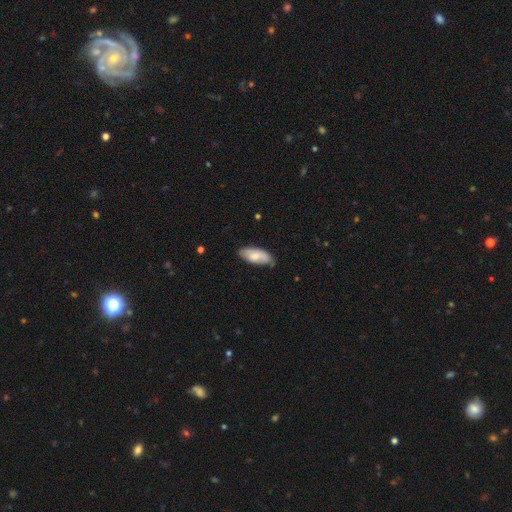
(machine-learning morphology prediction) Smooth or featured?
  - smooth: 69% *
  - featured or disk: 25%
  - star or artifact: 6%
How rounded?
  - in between: 86% *
  - cigar-shaped: 13%
  - round: 2%
Merging?
  - none: 64% *
  - minor disturbance: 30%
  - major disturbance: 5%
  - merger: 2%